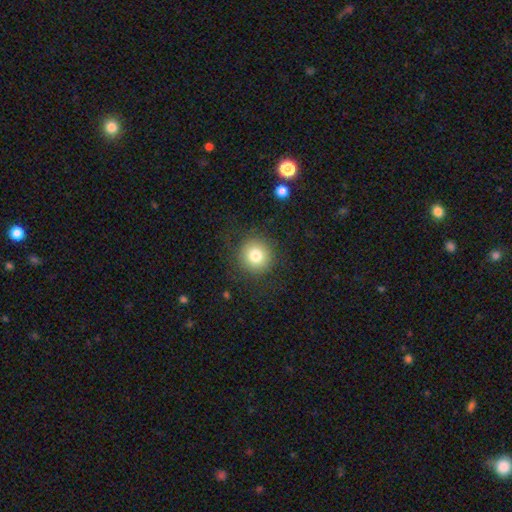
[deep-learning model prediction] The model was most divided on "smooth or featured": smooth: 79%, star or artifact: 11%, featured or disk: 10%. More confident: how rounded — round (94%); merging — none (87%).